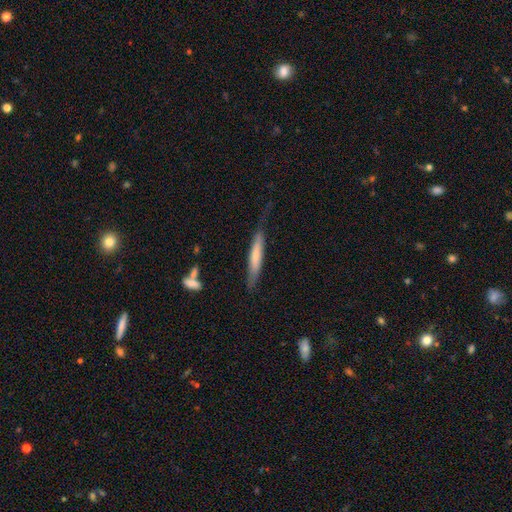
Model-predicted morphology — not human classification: Smooth or featured: smooth — 60% (featured or disk — 35%)
How rounded: cigar-shaped — 92% (in between — 7%)
Merging: none — 59% (minor disturbance — 26%)